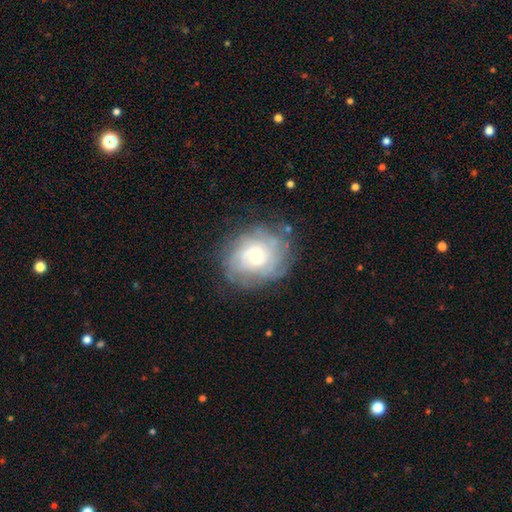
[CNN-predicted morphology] This appears to be a featured or disk galaxy (66%) with no bar (75%), tight (62%) spiral arms (82%) and a moderate central bulge (49%). Merging: none (71%).